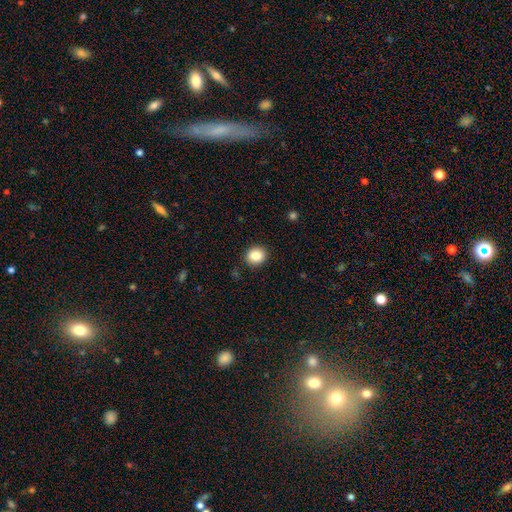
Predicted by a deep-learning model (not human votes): This appears to be a smooth galaxy with no disk features (85%) that is round (72%). Merging: none (90%).